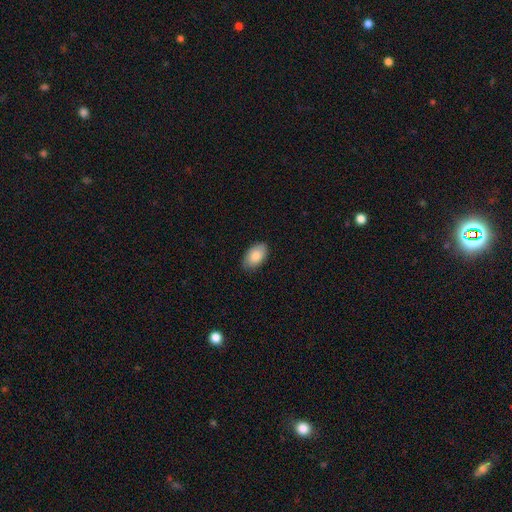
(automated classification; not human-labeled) A smooth galaxy with no disk features (87%) that is in between round and cigar-shaped (94%). Merging: none (83%).